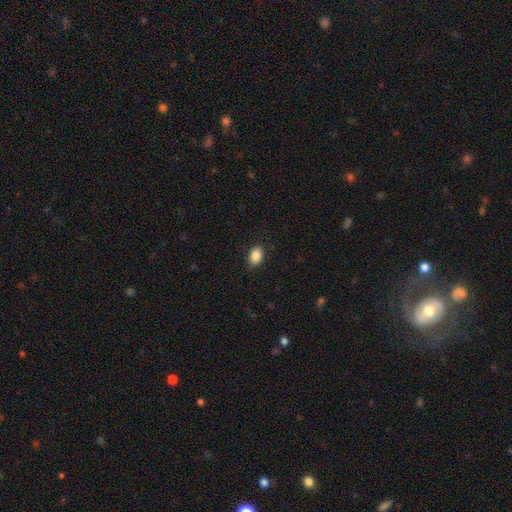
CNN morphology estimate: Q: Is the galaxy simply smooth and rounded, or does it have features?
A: smooth — 88%.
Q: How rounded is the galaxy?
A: in between — 78%.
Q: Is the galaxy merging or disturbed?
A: none — 88%.